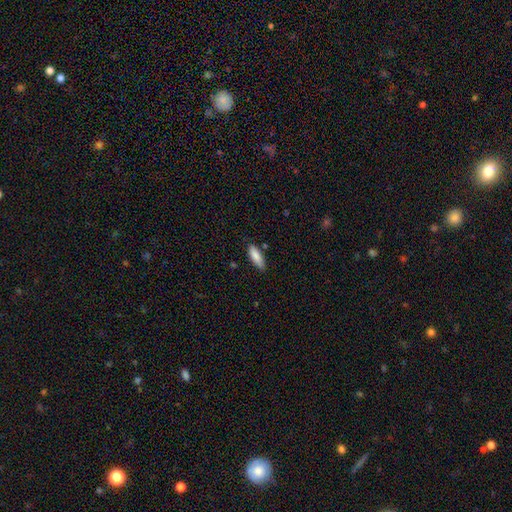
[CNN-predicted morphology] This is clearly a smooth galaxy (86%). How rounded: likely in between (64%). Merging: clearly none (82%).